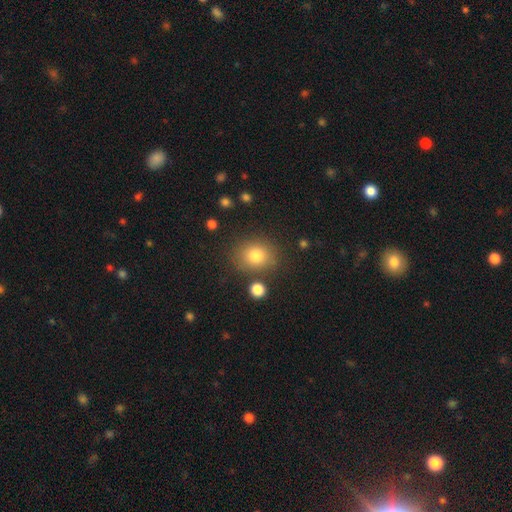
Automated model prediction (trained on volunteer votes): Smooth or featured? smooth (80%)
How rounded? round (69%)
Merging? none (81%)